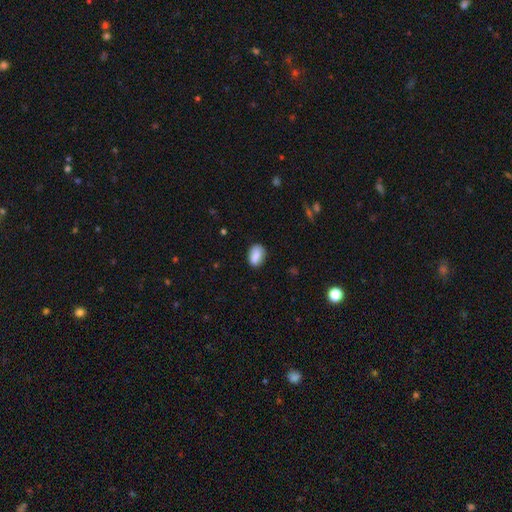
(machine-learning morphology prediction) smooth 87%, star or artifact 8%, featured or disk 6%. Down the decision tree: how rounded — in between (84%); merging — none (80%).